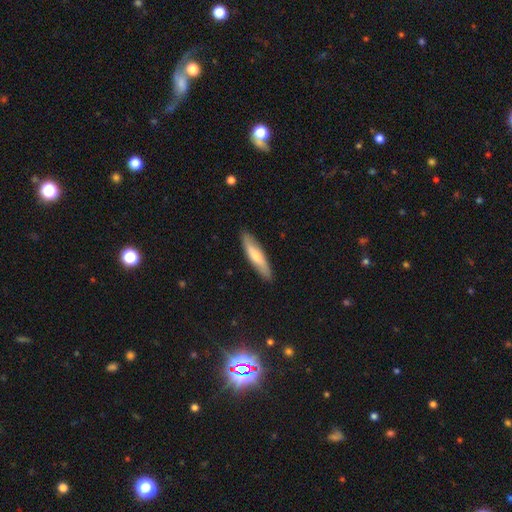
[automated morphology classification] type=smooth (64%); roundness=cigar-shaped (80%); merging=none (89%).